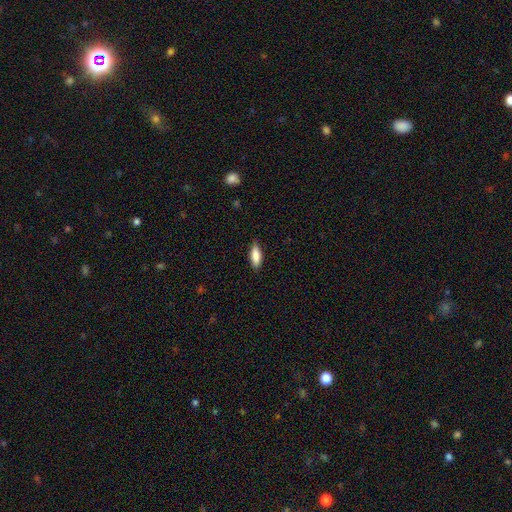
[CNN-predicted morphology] This appears to be a smooth galaxy with no disk features (85%) that is in between round and cigar-shaped (70%). Merging: none (85%).